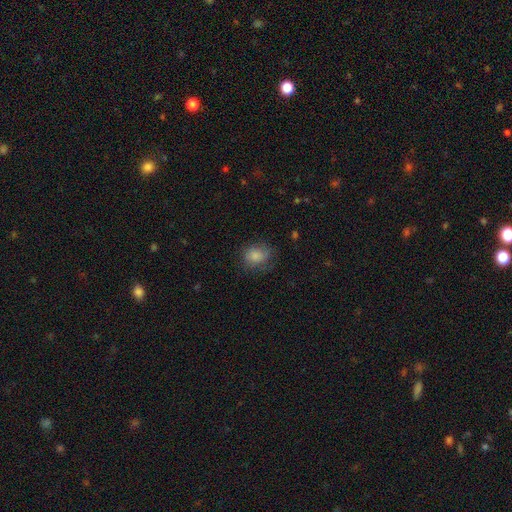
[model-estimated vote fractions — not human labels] smooth-or-featured: smooth: 78% | featured or disk: 12% | star or artifact: 9%
  how-rounded: round: 53% | in between: 46% | cigar-shaped: 1%
  merging: none: 61% | minor disturbance: 25% | major disturbance: 12% | merger: 1%